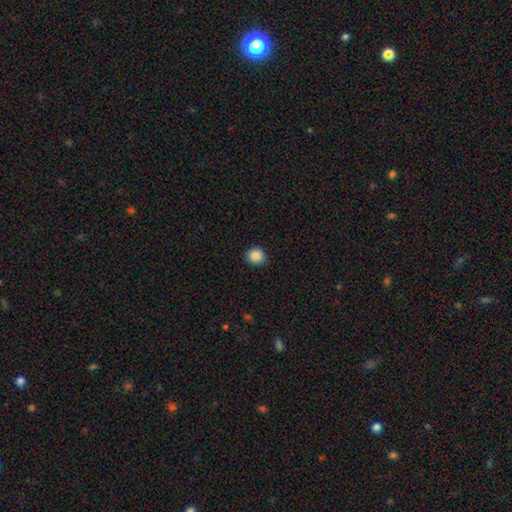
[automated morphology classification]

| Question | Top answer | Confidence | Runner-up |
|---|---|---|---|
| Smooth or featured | smooth | 88% | star or artifact (9%) |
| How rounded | round | 90% | in between (9%) |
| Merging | none | 92% | minor disturbance (6%) |